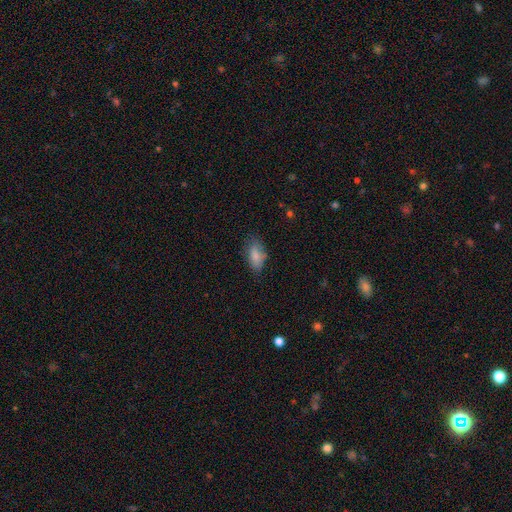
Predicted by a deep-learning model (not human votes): Smooth or featured? smooth (82%)
How rounded? in between (90%)
Merging? none (67%)